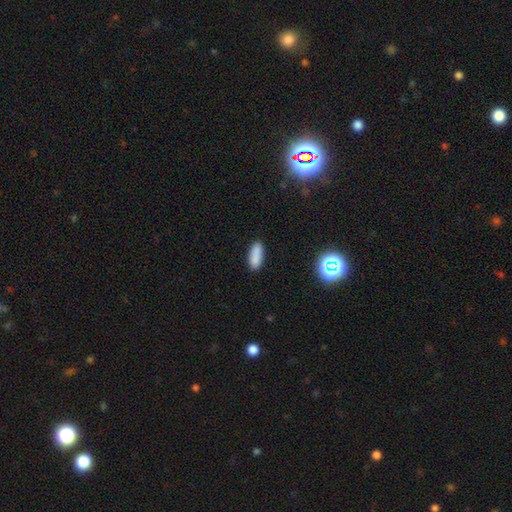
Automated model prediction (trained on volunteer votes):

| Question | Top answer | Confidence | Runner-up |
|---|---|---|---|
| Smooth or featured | smooth | 87% | star or artifact (8%) |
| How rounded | in between | 72% | cigar-shaped (26%) |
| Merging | none | 85% | minor disturbance (11%) |